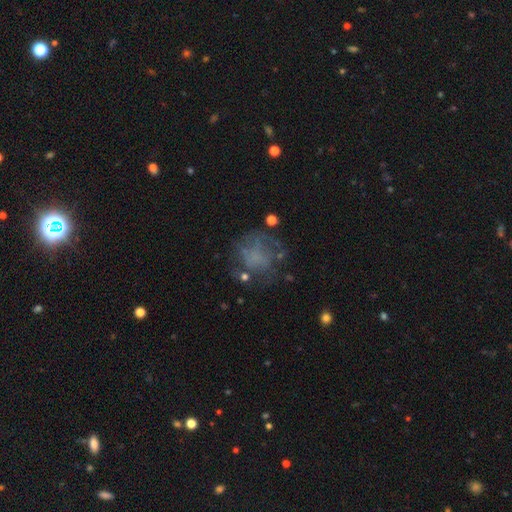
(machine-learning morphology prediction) This appears to be a featured or disk galaxy (44%). Merging: none (53%).